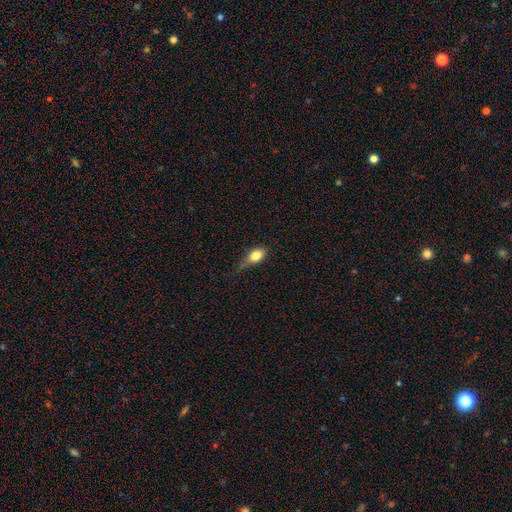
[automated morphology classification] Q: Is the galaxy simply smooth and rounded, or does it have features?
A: smooth — 80%.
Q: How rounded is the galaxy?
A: in between — 82%.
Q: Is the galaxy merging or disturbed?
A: none — 53%.